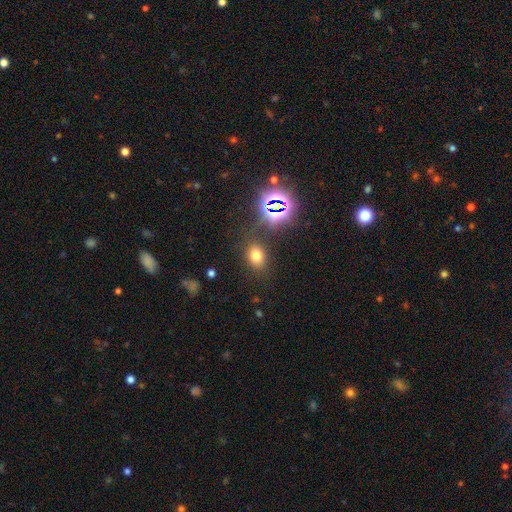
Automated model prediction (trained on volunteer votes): Q: Smooth or featured?
A: smooth (68%); runner-up: star or artifact (23%)
Q: How rounded?
A: in between (57%); runner-up: round (41%)
Q: Merging?
A: none (80%); runner-up: minor disturbance (11%)